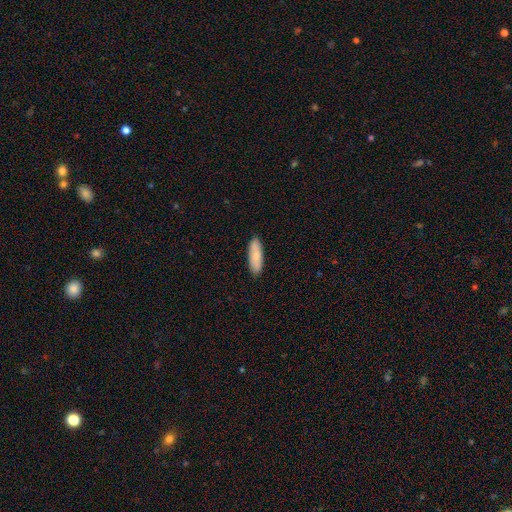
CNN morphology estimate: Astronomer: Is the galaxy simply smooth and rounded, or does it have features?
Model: smooth — 80%.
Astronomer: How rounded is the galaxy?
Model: in between — 57% (runner-up: cigar-shaped, 42%).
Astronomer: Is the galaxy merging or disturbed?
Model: none — 89%.